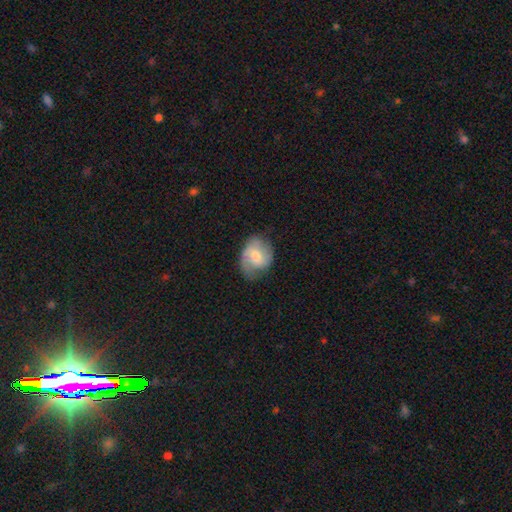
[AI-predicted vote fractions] Morphology: type=featured or disk (56%); edge-on=no (97%); bar=no (50%); spiral arms=yes (87%); bulge=moderate (56%); merging=none (62%).